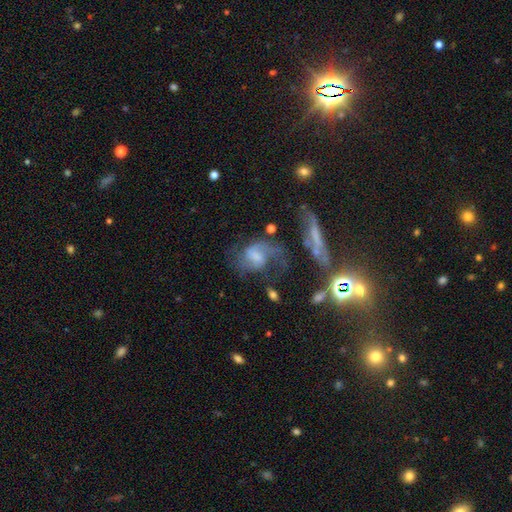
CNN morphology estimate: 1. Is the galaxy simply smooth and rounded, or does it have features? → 66% featured or disk, 23% smooth, 11% star or artifact.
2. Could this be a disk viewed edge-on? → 96% no, 4% yes.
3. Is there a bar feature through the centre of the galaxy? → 46% weak, 38% no, 17% strong.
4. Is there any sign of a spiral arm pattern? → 84% yes, 16% no.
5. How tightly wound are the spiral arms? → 44% medium, 40% loose, 16% tight.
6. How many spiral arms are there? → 66% 2, 16% 1, 13% can't tell, 3% 3, 1% 4, 1% more than 4.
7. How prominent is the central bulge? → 32% moderate, 30% none, 23% small, 12% large, 2% dominant.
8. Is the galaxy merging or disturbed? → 38% none, 31% major disturbance, 19% minor disturbance, 12% merger.